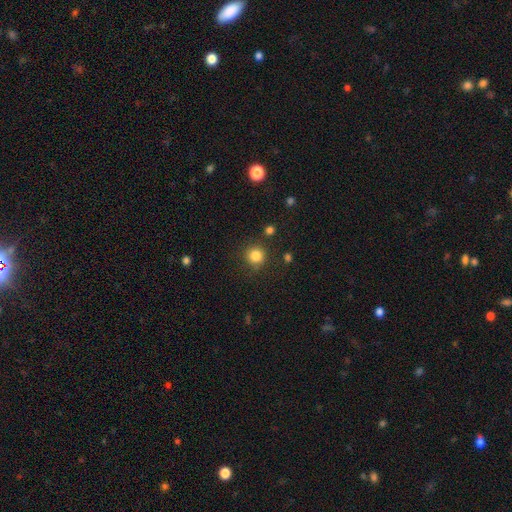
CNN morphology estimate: type=smooth (83%); roundness=round (94%); merging=none (85%).